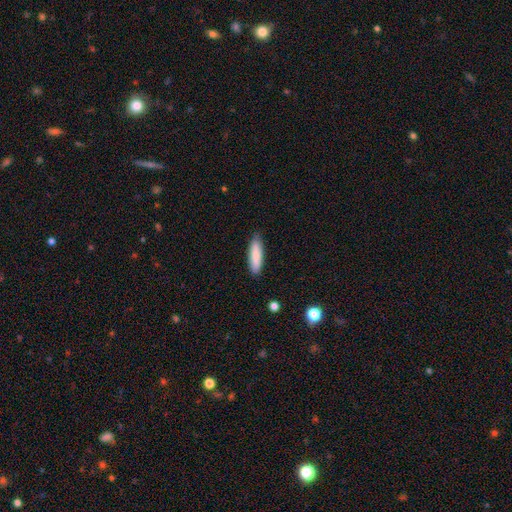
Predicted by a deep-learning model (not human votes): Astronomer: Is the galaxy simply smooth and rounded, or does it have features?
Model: smooth — 84%.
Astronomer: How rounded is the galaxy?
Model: cigar-shaped — 62%.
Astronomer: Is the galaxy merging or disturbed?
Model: none — 86%.